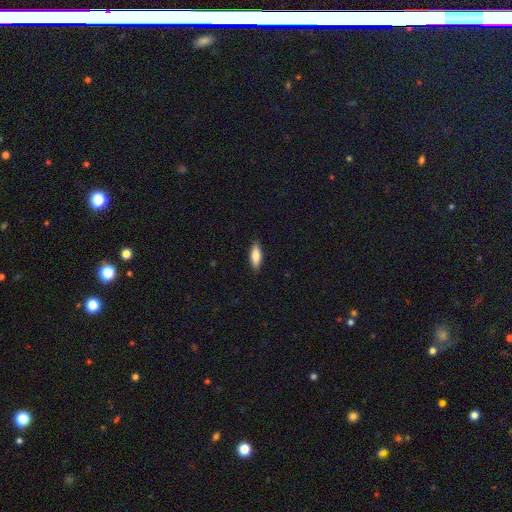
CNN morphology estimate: The model was most divided on "how rounded": in between: 62%, cigar-shaped: 36%, round: 2%. More confident: merging — none (88%); smooth or featured — smooth (77%).